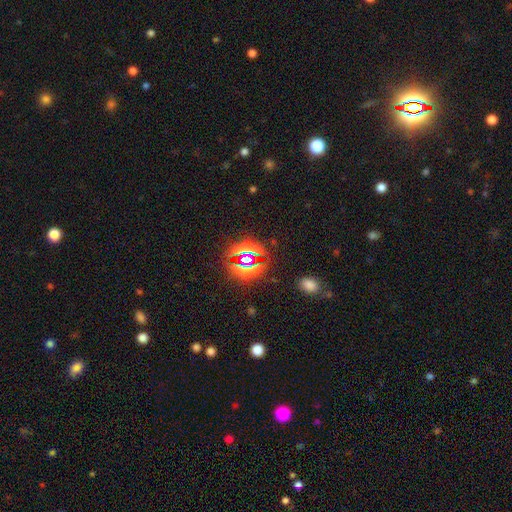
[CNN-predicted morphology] smooth_or_featured: star or artifact (p=0.78) [alt: smooth p=0.14]